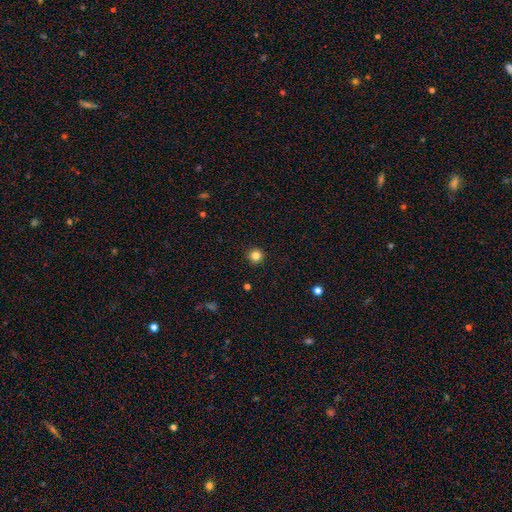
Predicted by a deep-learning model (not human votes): Morphology: type=smooth (83%); roundness=round (96%); merging=none (93%).